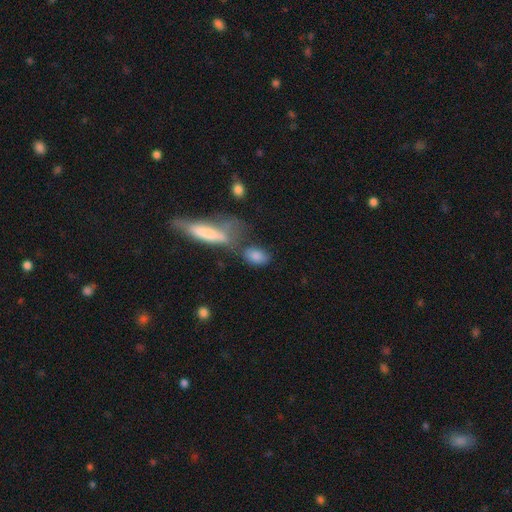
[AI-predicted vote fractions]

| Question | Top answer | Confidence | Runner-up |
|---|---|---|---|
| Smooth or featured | smooth | 82% | featured or disk (10%) |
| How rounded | in between | 85% | cigar-shaped (8%) |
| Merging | none | 49% | merger (23%) |